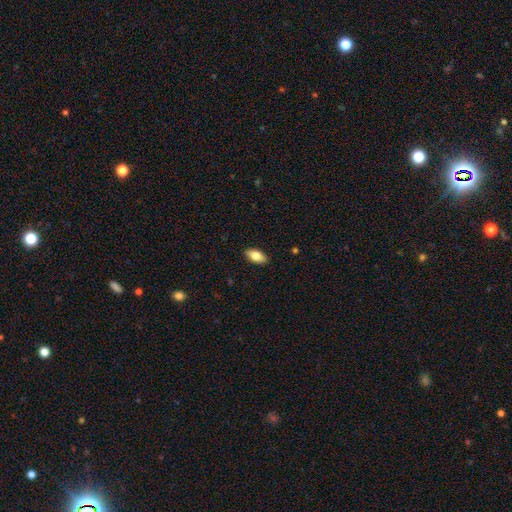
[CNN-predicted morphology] A smooth galaxy with no disk features (79%) that is in between round and cigar-shaped (91%).

Vote fractions:
- Smooth or featured? smooth: 79% / featured or disk: 15% / star or artifact: 7%
- How rounded? in between: 91% / cigar-shaped: 6% / round: 3%
- Merging? none: 89% / minor disturbance: 8% / major disturbance: 2% / merger: 1%